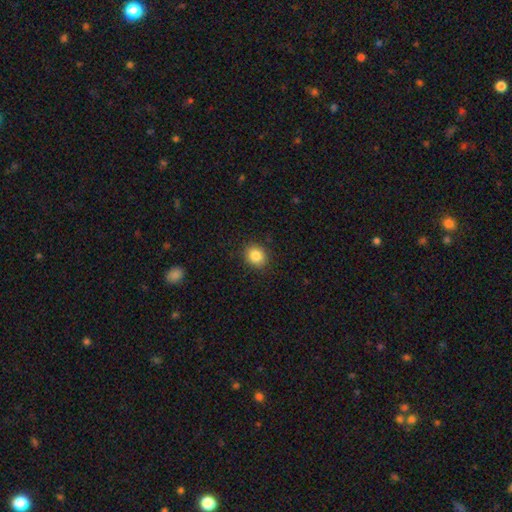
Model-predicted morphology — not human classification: Smooth or featured? smooth (84%)
How rounded? round (73%)
Merging? none (90%)